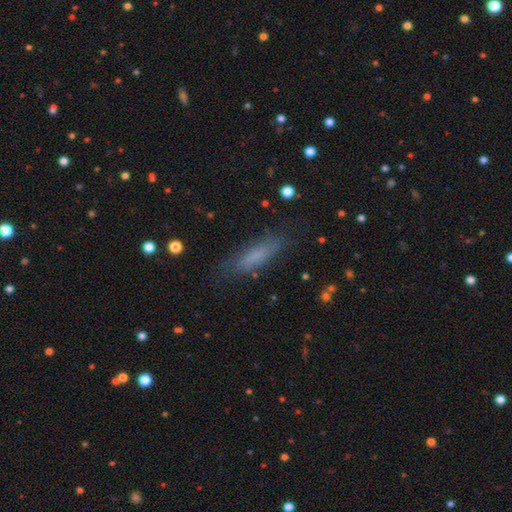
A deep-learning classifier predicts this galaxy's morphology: Smooth or featured: smooth — 69% (featured or disk — 21%)
How rounded: cigar-shaped — 65% (in between — 33%)
Merging: none — 79% (minor disturbance — 15%)